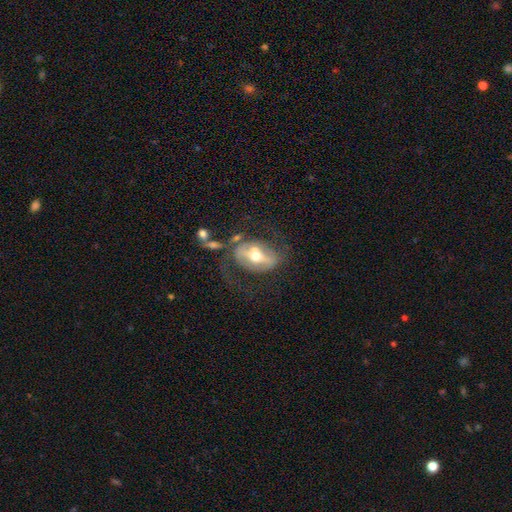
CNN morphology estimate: smooth_or_featured: featured or disk (p=0.71) [alt: smooth p=0.23]
disk_edge_on: no (p=0.88) [alt: yes p=0.12]
bar: strong (p=0.57) [alt: weak p=0.25]
has_spiral_arms: yes (p=0.51) [alt: no p=0.49]
bulge_size: moderate (p=0.73) [alt: small p=0.15]
merging: none (p=0.49) [alt: major disturbance p=0.26]